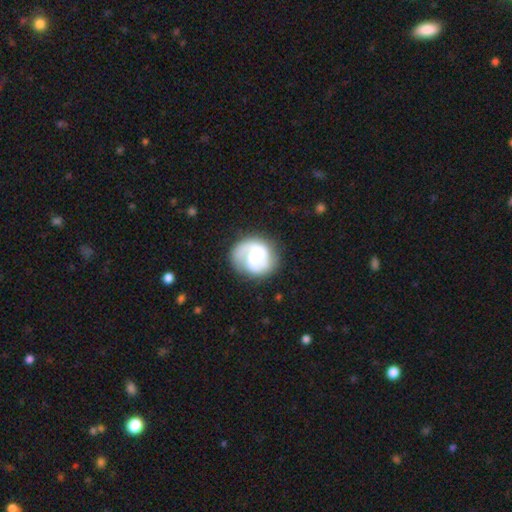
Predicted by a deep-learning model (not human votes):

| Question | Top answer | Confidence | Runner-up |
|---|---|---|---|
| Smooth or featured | featured or disk | 78% | smooth (17%) |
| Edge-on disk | no | 98% | yes (2%) |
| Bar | no | 60% | weak (33%) |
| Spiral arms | yes | 94% | no (6%) |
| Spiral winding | tight | 51% | medium (37%) |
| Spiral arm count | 2 | 60% | 1 (25%) |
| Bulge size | moderate | 47% | small (34%) |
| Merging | none | 74% | minor disturbance (16%) |